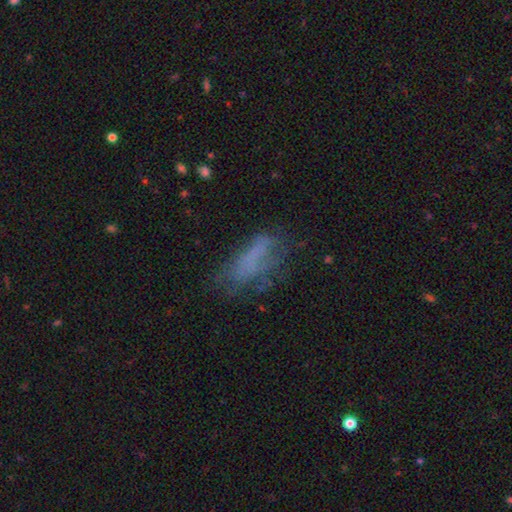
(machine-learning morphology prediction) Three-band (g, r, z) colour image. It shows a smooth galaxy with no disk features (49%). Merging: none (43%).